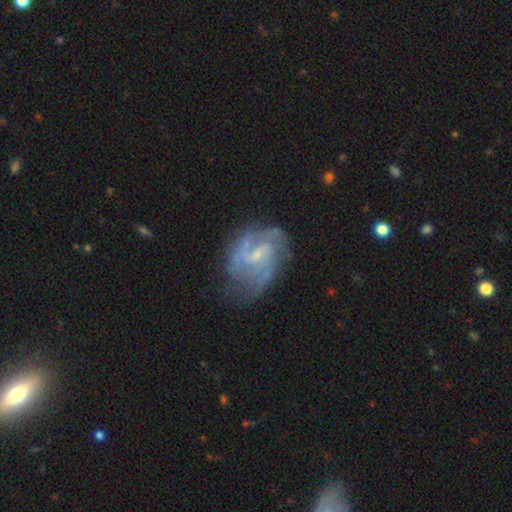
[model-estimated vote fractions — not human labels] Smooth or featured?
  - featured or disk: 80% *
  - smooth: 13%
  - star or artifact: 7%
Edge-on disk?
  - no: 98% *
  - yes: 2%
Bar?
  - weak: 58% *
  - no: 27%
  - strong: 15%
Spiral arms?
  - yes: 88% *
  - no: 12%
Spiral winding?
  - medium: 47% *
  - tight: 33%
  - loose: 20%
Spiral arm count?
  - 2: 47% *
  - can't tell: 27%
  - 3: 14%
  - 1: 5%
  - 4: 4%
  - more than 4: 3%
Bulge size?
  - small: 60% *
  - moderate: 24%
  - none: 14%
  - large: 1%
  - dominant: 1%
Merging?
  - none: 55% *
  - minor disturbance: 25%
  - major disturbance: 18%
  - merger: 3%